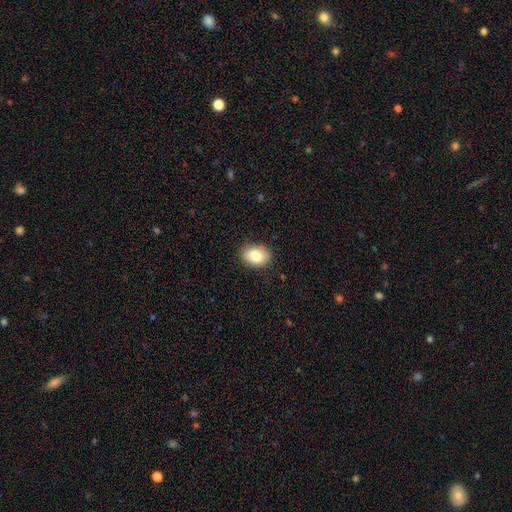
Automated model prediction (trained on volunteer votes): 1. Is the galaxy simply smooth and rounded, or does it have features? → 84% smooth, 9% featured or disk, 8% star or artifact.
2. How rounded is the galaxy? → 71% in between, 28% round, 1% cigar-shaped.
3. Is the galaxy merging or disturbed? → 85% none, 12% minor disturbance, 3% major disturbance, 1% merger.